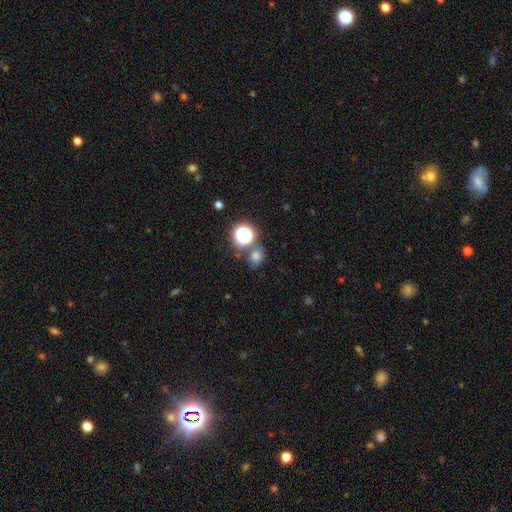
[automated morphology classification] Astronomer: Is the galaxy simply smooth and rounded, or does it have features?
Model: smooth — 66%.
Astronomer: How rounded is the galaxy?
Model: round — 69%.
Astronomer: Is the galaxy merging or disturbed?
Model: none — 67%.